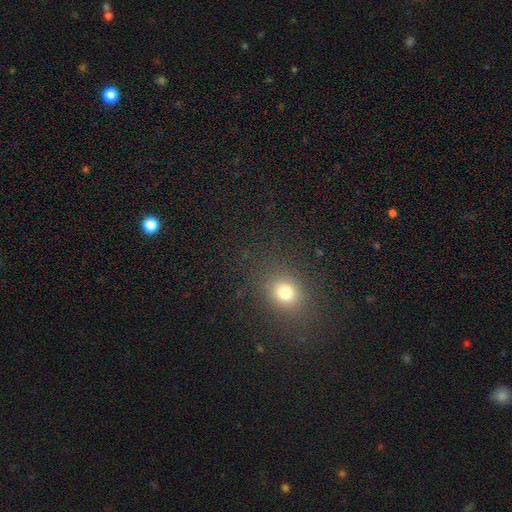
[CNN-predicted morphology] This is likely a smooth galaxy (64%). How rounded: likely round (60%). Merging: clearly none (90%).